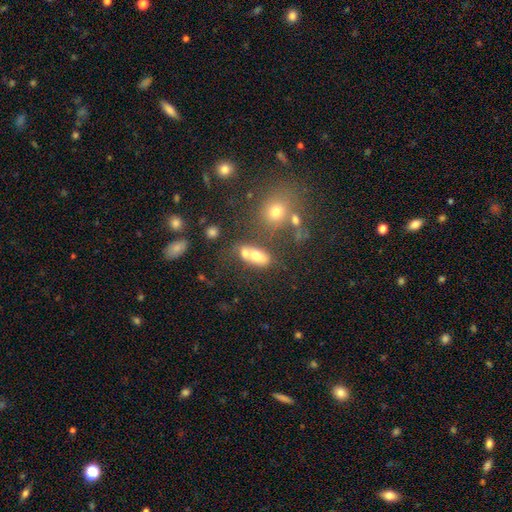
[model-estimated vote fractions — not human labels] This is likely a smooth galaxy (67%). How rounded: likely in between (76%). Merging: possibly merger (46%).